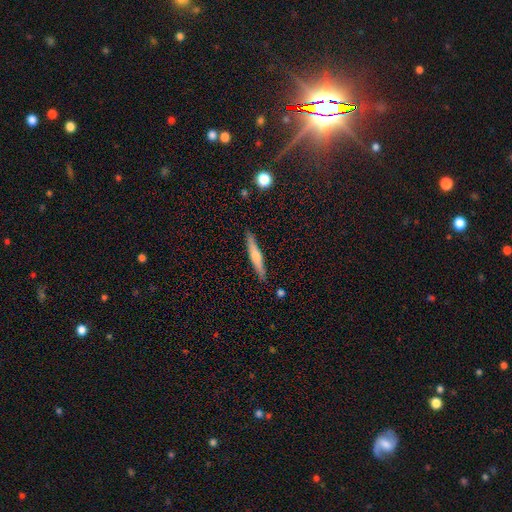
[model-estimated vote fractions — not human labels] Smooth or featured? Predicted: featured or disk (p=0.51). Edge-on disk? Predicted: yes (p=0.96). Merging? Predicted: none (p=0.89).